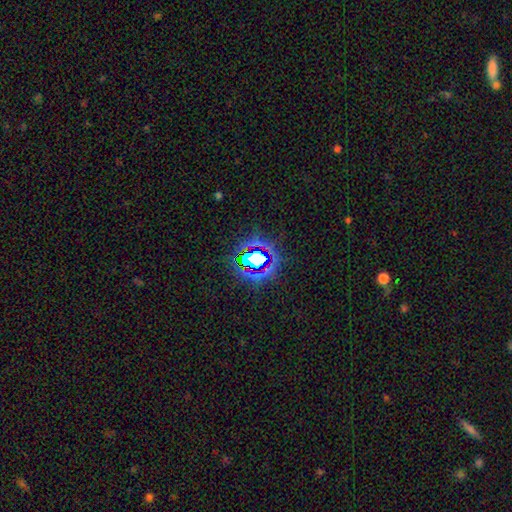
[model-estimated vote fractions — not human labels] smooth_or_featured: star or artifact (p=0.71) [alt: smooth p=0.17]